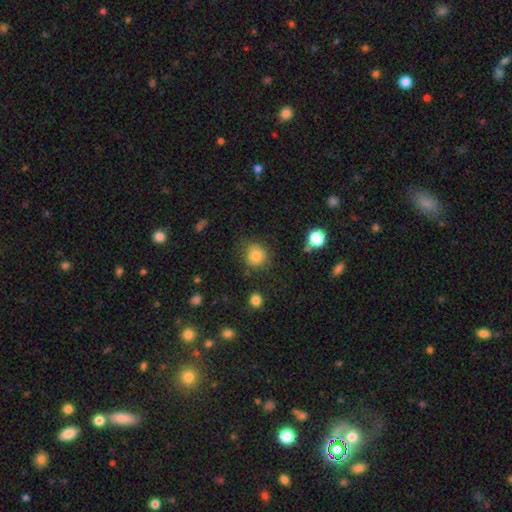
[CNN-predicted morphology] Smooth or featured?
  - smooth: 84% *
  - star or artifact: 10%
  - featured or disk: 5%
How rounded?
  - round: 89% *
  - in between: 10%
  - cigar-shaped: 1%
Merging?
  - none: 80% *
  - minor disturbance: 12%
  - major disturbance: 4%
  - merger: 3%